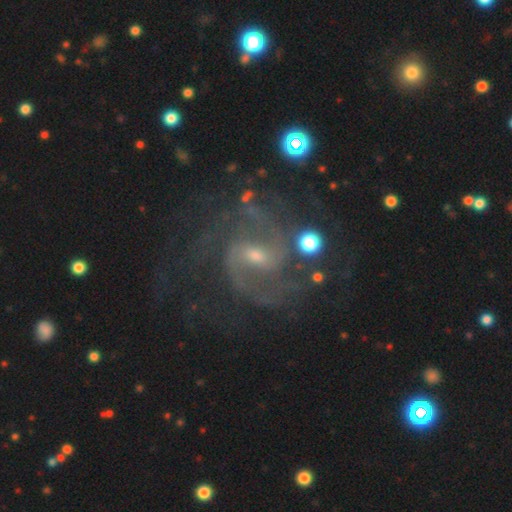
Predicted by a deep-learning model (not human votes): This appears to be a featured or disk galaxy (88%) with a weak bar (55%), 2 (55%) medium (56%) spiral arms (98%) and a small central bulge (59%). Merging: none (66%).